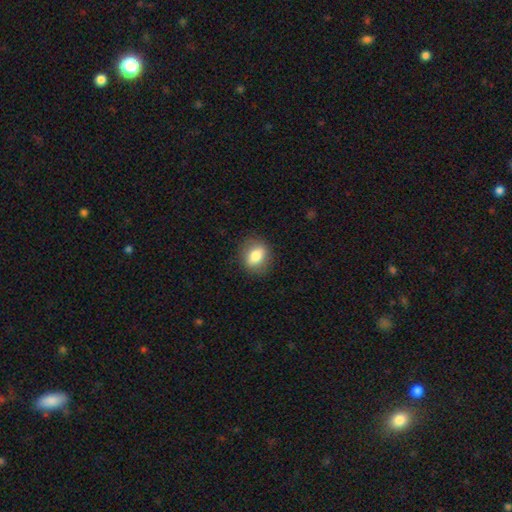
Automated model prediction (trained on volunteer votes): This appears to be a smooth galaxy with no disk features (77%) that is in between round and cigar-shaped (55%). Merging: none (85%).